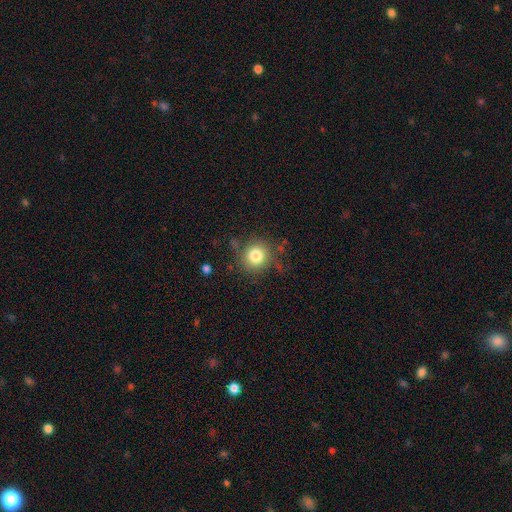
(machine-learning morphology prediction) Smooth or featured: smooth — 81% (star or artifact — 11%)
How rounded: round — 90% (in between — 9%)
Merging: none — 80% (minor disturbance — 13%)